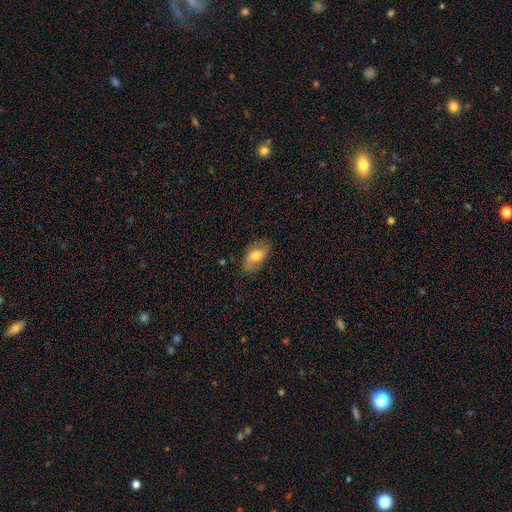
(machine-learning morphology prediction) A smooth galaxy with no disk features (59%) that is in between round and cigar-shaped (90%). Merging: none (75%).